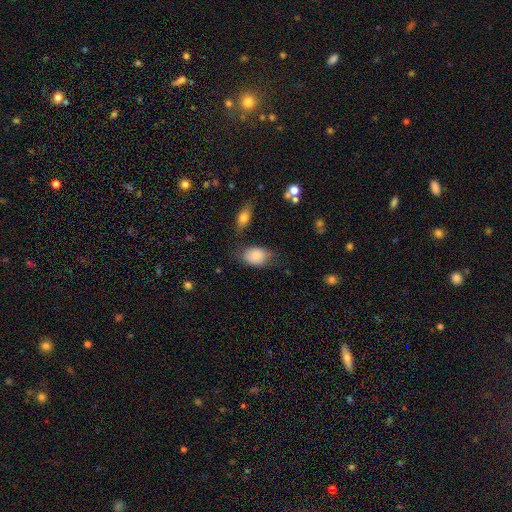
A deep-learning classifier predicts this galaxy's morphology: smooth-or-featured: smooth: 84% | featured or disk: 9% | star or artifact: 7%
  how-rounded: in between: 80% | round: 18% | cigar-shaped: 1%
  merging: none: 59% | minor disturbance: 28% | major disturbance: 8% | merger: 5%